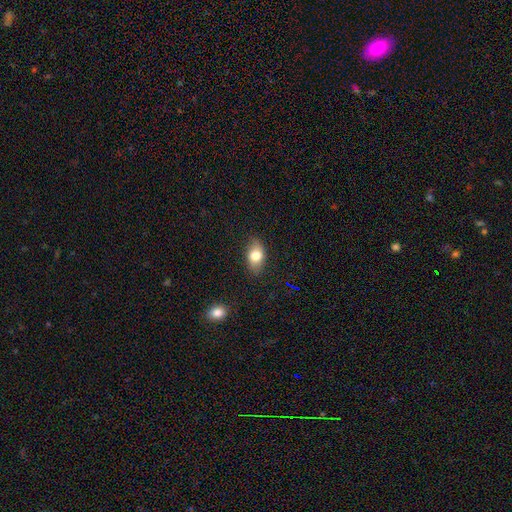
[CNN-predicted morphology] Overall: smooth (76%). How rounded: in between (86%). Merging: none (82%).